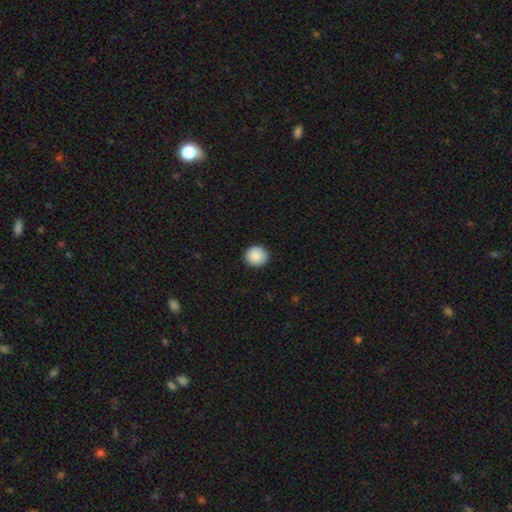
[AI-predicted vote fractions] Overall: smooth (89%). How rounded: round (92%). Merging: none (91%).